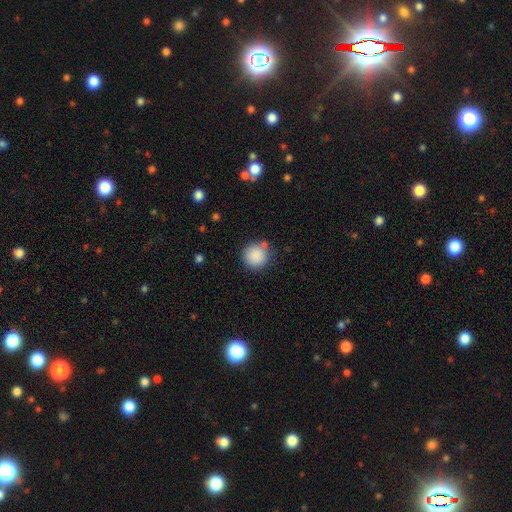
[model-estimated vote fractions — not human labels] Smooth or featured?
  - smooth: 88% *
  - star or artifact: 8%
  - featured or disk: 4%
How rounded?
  - round: 93% *
  - in between: 6%
  - cigar-shaped: 1%
Merging?
  - none: 79% *
  - minor disturbance: 11%
  - merger: 6%
  - major disturbance: 4%